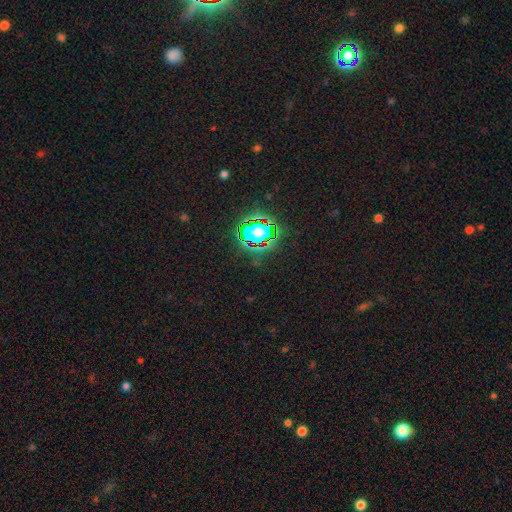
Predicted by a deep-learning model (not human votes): This appears to be a star or artifact, not a galaxy (83%).